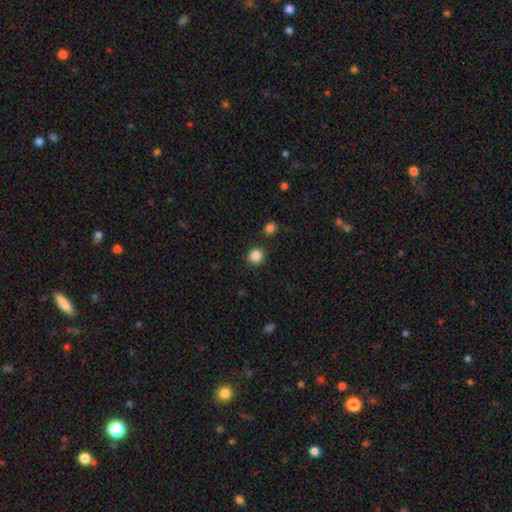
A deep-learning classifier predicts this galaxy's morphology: This appears to be a smooth galaxy with no disk features (86%) that is round (89%). Merging: none (89%).